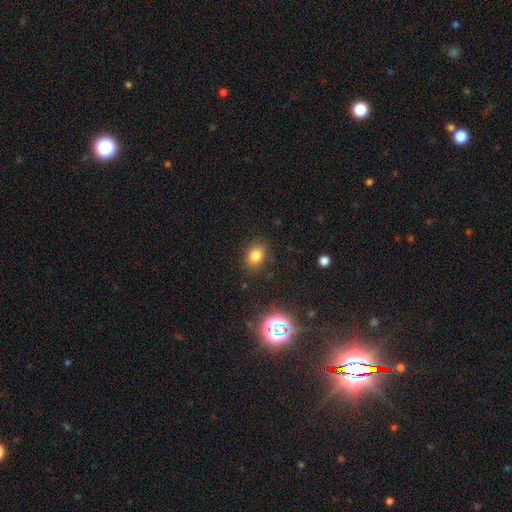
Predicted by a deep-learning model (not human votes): This appears to be a smooth galaxy with no disk features (79%) that is in between round and cigar-shaped (65%). Merging: none (85%).